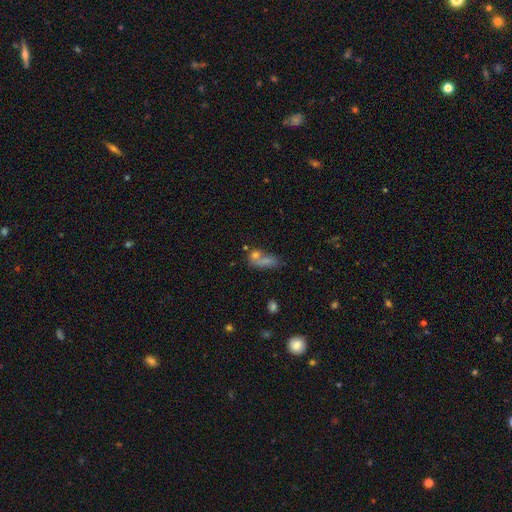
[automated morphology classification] Overall: smooth (66%). How rounded: in between (65%). Merging: merger (42%; none 33%).